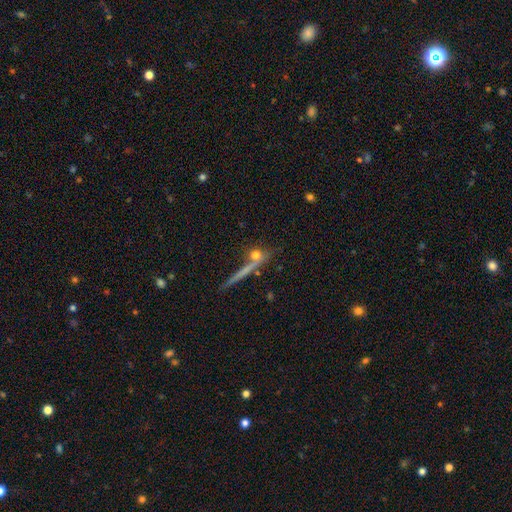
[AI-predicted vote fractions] Smooth or featured: smooth — 59% (featured or disk — 28%)
How rounded: round — 58% (cigar-shaped — 26%)
Merging: none — 63% (merger — 18%)